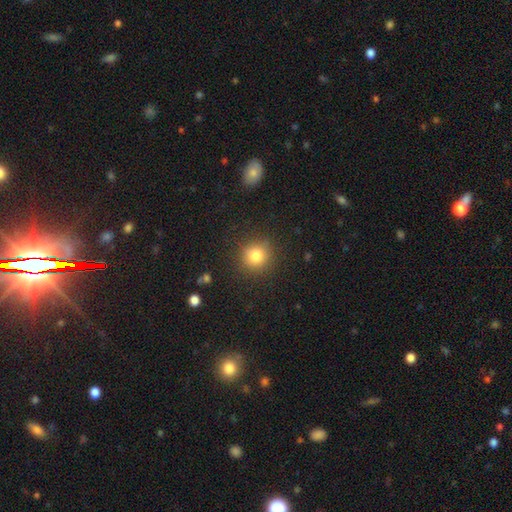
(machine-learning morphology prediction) smooth-or-featured: smooth: 81% | star or artifact: 12% | featured or disk: 7%
  how-rounded: round: 90% | in between: 9% | cigar-shaped: 1%
  merging: none: 87% | minor disturbance: 9% | major disturbance: 3% | merger: 1%